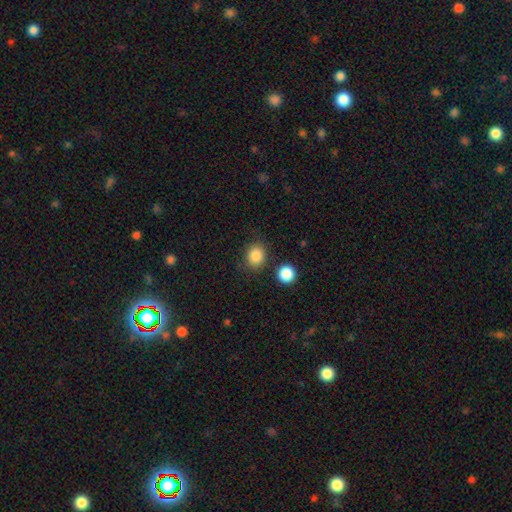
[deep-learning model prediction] A smooth galaxy with no disk features (86%) that is round (72%).

Vote fractions:
- Smooth or featured? smooth: 86% / star or artifact: 10% / featured or disk: 4%
- How rounded? round: 72% / in between: 27% / cigar-shaped: 1%
- Merging? none: 79% / minor disturbance: 12% / merger: 5% / major disturbance: 4%